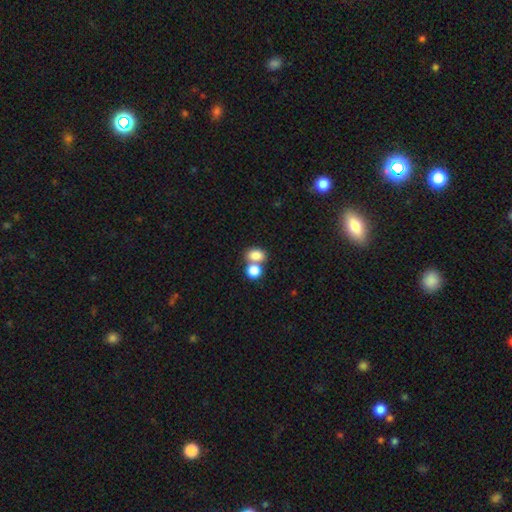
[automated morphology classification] Smooth or featured: smooth — 82% (star or artifact — 10%)
How rounded: in between — 62% (round — 37%)
Merging: merger — 50% (none — 38%)